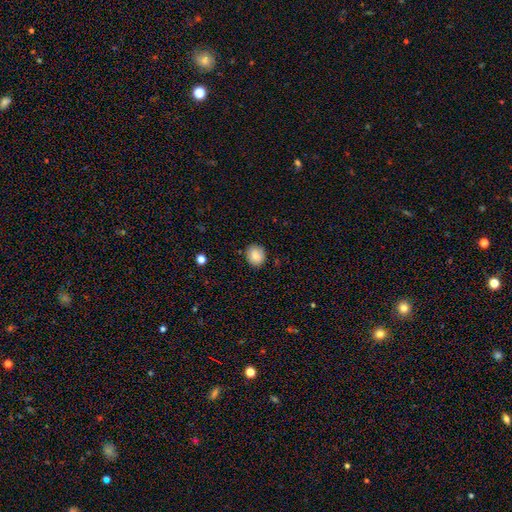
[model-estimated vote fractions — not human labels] Smooth or featured?
  - smooth: 85% *
  - star or artifact: 8%
  - featured or disk: 7%
How rounded?
  - round: 77% *
  - in between: 22%
  - cigar-shaped: 1%
Merging?
  - none: 86% *
  - minor disturbance: 10%
  - major disturbance: 2%
  - merger: 1%